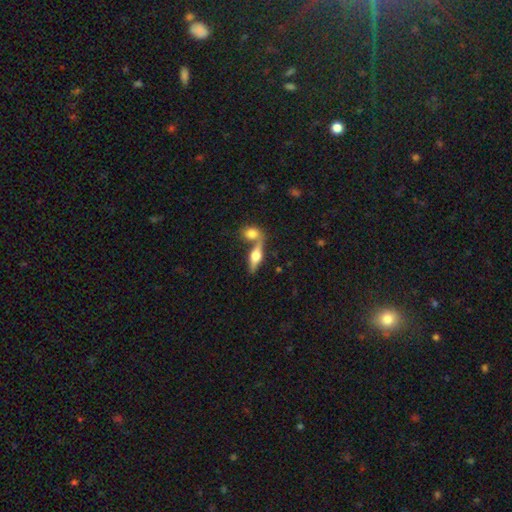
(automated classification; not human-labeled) featured or disk 56%, smooth 37%, star or artifact 7%. Down the decision tree: edge-on disk — yes (91%); edge-on bulge — rounded (95%); merging — none (47%).